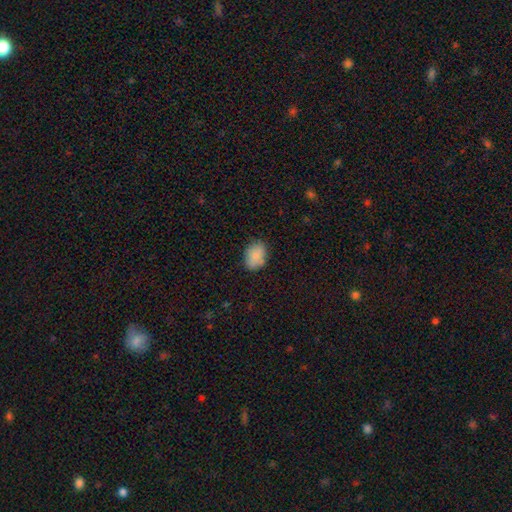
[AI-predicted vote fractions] The model was most divided on "how rounded": in between: 77%, round: 22%, cigar-shaped: 1%. More confident: smooth or featured — smooth (86%); merging — none (78%).